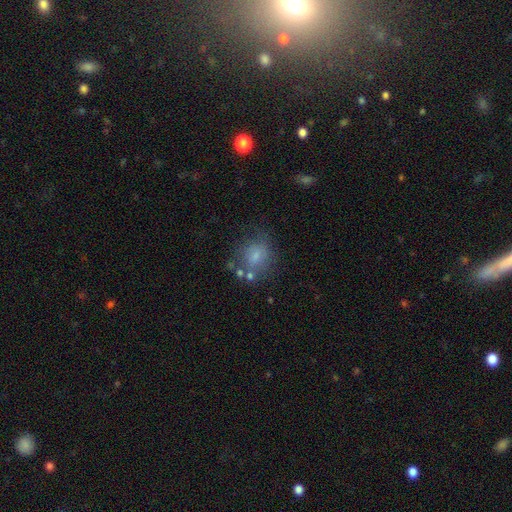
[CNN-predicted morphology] A smooth galaxy with no disk features (68%) that is round (65%).

Vote fractions:
- Smooth or featured? smooth: 68% / featured or disk: 20% / star or artifact: 12%
- How rounded? round: 65% / in between: 34% / cigar-shaped: 1%
- Merging? none: 57% / minor disturbance: 21% / major disturbance: 13% / merger: 9%